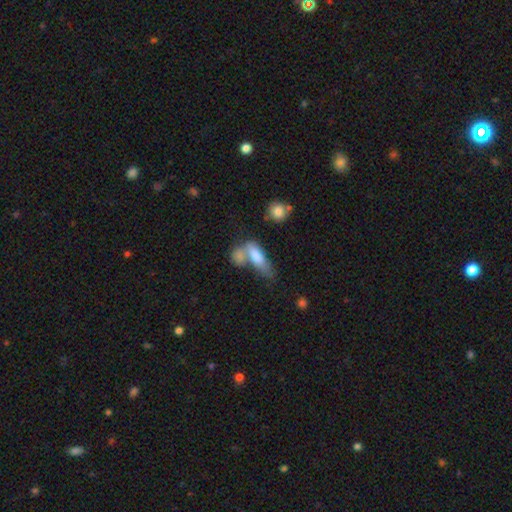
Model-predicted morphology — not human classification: Smooth or featured?
  - smooth: 74% *
  - featured or disk: 19%
  - star or artifact: 8%
How rounded?
  - in between: 69% *
  - cigar-shaped: 27%
  - round: 4%
Merging?
  - merger: 53% *
  - none: 23%
  - minor disturbance: 13%
  - major disturbance: 11%